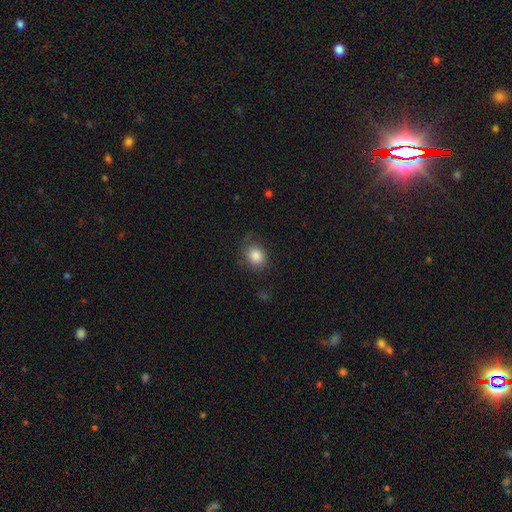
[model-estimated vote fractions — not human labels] Overall: smooth (83%). How rounded: round (56%; in between 43%). Merging: none (69%).